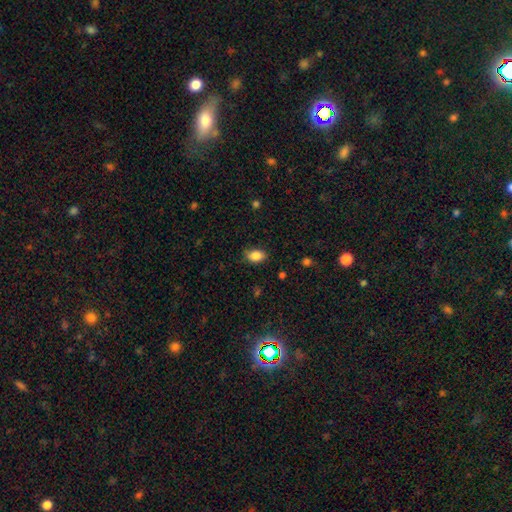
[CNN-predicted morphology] Smooth or featured? smooth (85%)
How rounded? in between (82%)
Merging? none (76%)